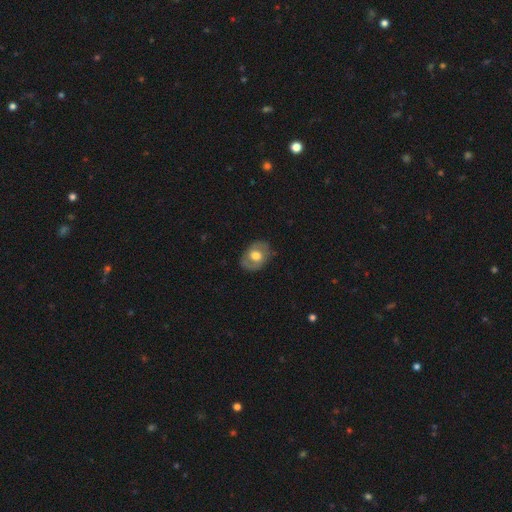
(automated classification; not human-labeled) This is possibly a smooth galaxy (48%). Merging: likely none (78%).